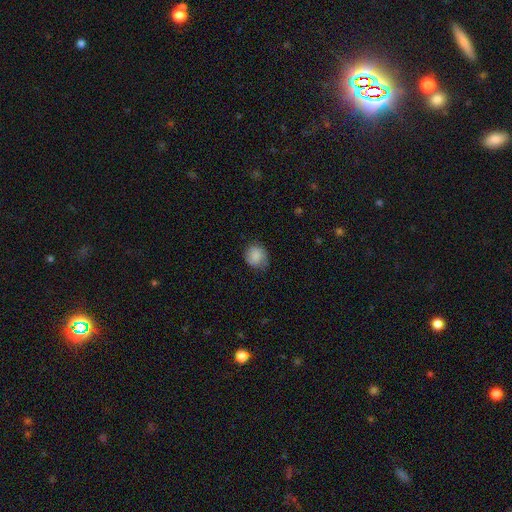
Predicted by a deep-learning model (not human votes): Smooth or featured? smooth (82%)
How rounded? round (80%)
Merging? none (74%)